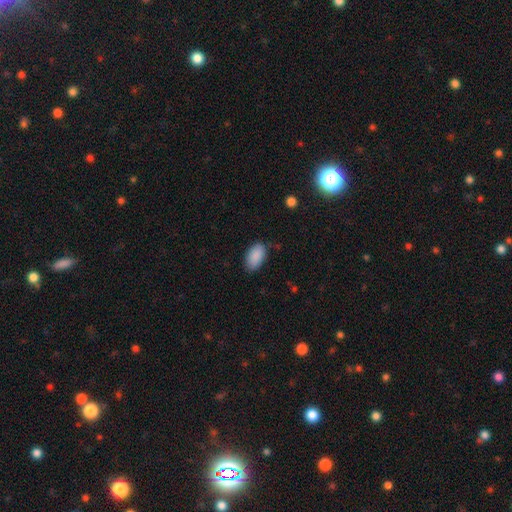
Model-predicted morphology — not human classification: smooth_or_featured: smooth (p=0.90) [alt: star or artifact p=0.06]
how_rounded: in between (p=0.94) [alt: round p=0.04]
merging: none (p=0.80) [alt: minor disturbance p=0.16]